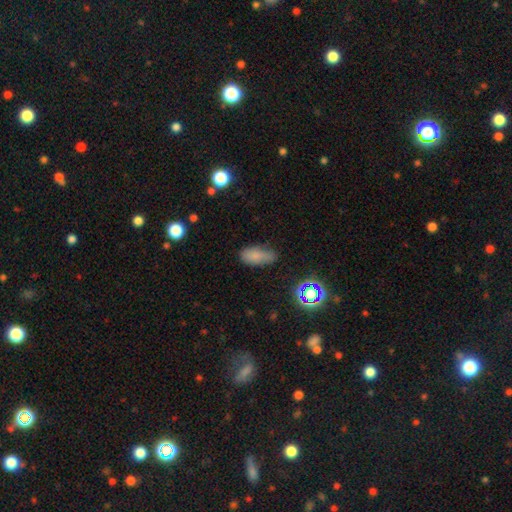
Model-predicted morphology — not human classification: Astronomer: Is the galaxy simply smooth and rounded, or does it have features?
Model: smooth — 78%.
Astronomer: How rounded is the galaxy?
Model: in between — 87%.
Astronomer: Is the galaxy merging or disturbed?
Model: none — 62%.